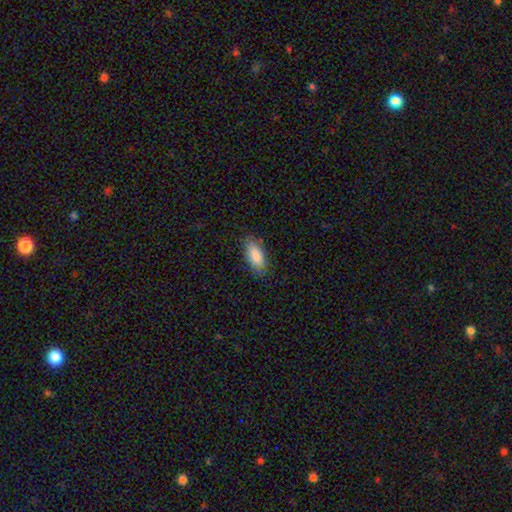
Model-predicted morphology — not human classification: Overall: smooth (84%). How rounded: in between (85%). Merging: none (82%).